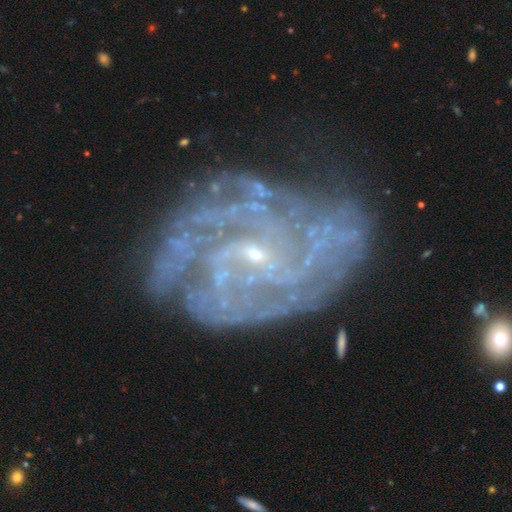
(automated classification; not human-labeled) This appears to be a featured or disk galaxy (88%) with no bar (48%), tight (66%) spiral arms (95%) and a small central bulge (85%). Merging: none (66%).